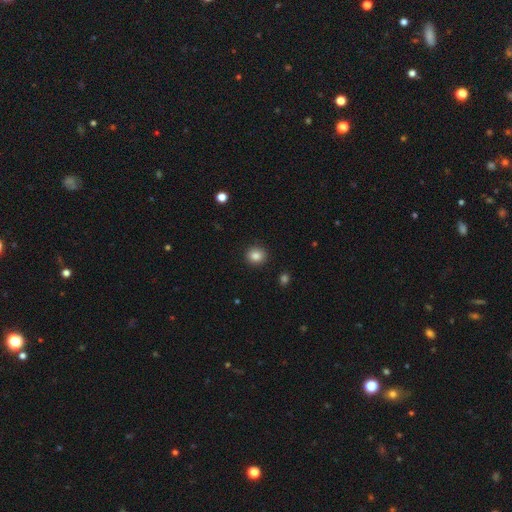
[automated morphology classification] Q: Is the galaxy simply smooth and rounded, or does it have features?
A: smooth — 85%.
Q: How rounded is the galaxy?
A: round — 83%.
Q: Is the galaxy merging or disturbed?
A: none — 91%.